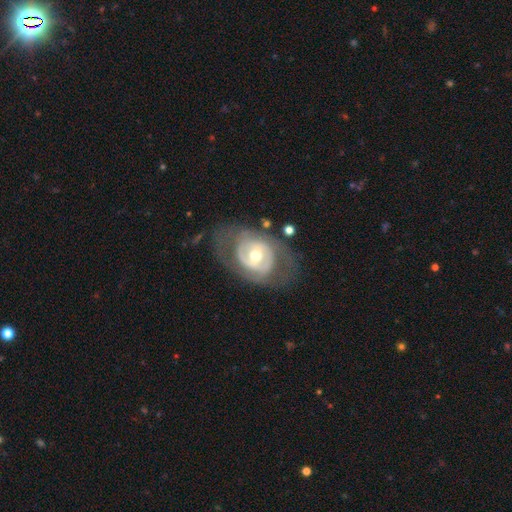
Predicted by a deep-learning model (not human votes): A featured or disk galaxy (76%) with no bar (42%), spiral arms (59%) and a moderate central bulge (63%). Merging: none (61%).